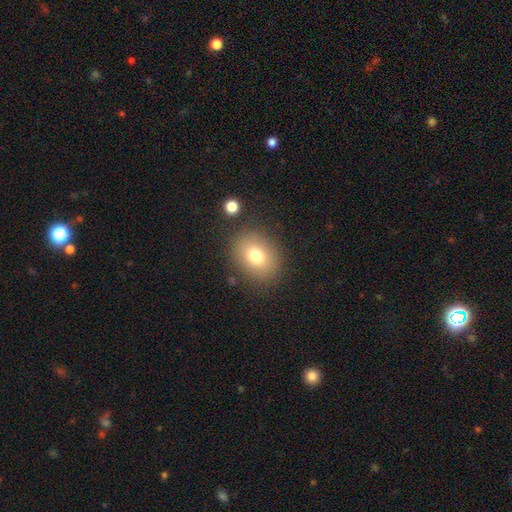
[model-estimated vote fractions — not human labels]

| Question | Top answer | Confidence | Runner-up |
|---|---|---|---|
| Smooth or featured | smooth | 76% | featured or disk (13%) |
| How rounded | in between | 51% | round (48%) |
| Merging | none | 82% | minor disturbance (11%) |